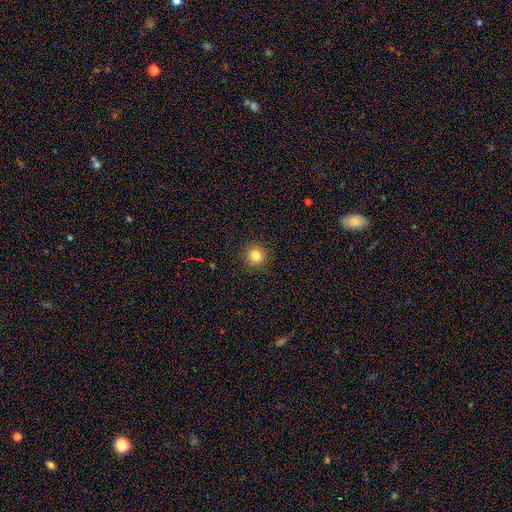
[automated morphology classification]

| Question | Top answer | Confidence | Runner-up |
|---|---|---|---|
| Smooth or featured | smooth | 82% | star or artifact (12%) |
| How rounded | round | 92% | in between (7%) |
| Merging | none | 90% | minor disturbance (7%) |